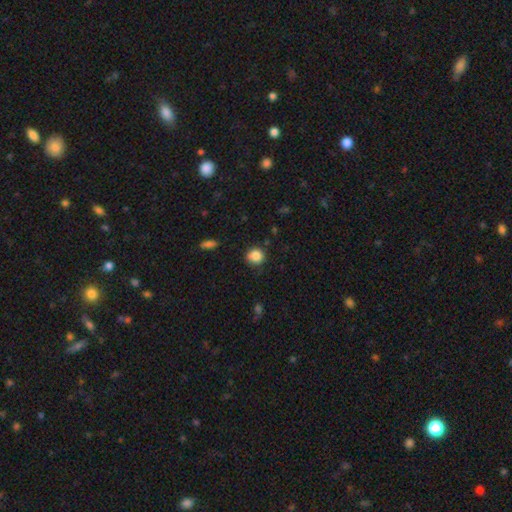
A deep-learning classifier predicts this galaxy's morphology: A smooth galaxy with no disk features (86%) that is round (85%).

Vote fractions:
- Smooth or featured? smooth: 86% / star or artifact: 10% / featured or disk: 5%
- How rounded? round: 85% / in between: 14% / cigar-shaped: 1%
- Merging? none: 78% / minor disturbance: 17% / major disturbance: 4% / merger: 2%